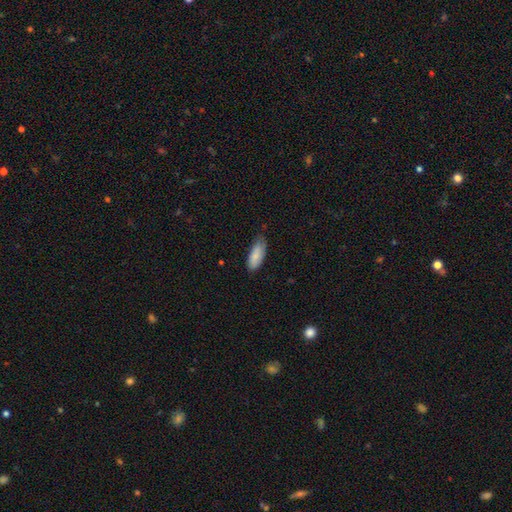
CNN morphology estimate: smooth 85%, featured or disk 9%, star or artifact 6%. Down the decision tree: how rounded — in between (76%); merging — none (62%).